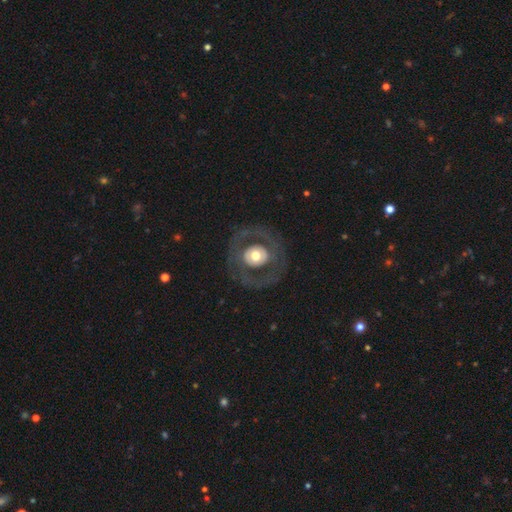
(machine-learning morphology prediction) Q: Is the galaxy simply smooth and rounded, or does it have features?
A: featured or disk — 59%.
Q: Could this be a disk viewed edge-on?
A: no — 95%.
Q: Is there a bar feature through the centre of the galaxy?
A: no — 79%.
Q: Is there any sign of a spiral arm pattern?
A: no — 73%.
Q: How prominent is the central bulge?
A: moderate — 57%.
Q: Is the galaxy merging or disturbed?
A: none — 78%.